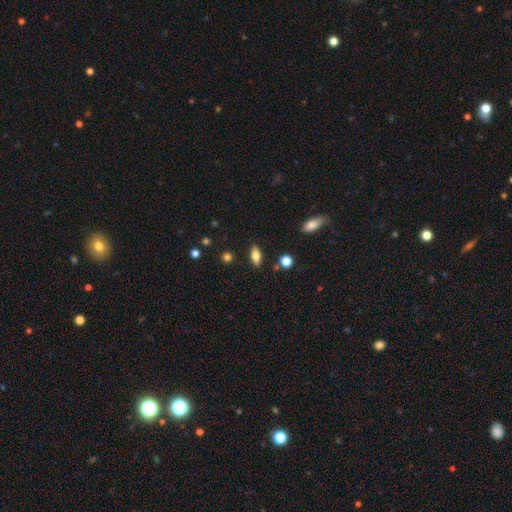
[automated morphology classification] Smooth or featured? Predicted: smooth (p=0.74). How rounded? Predicted: in between (p=0.81). Merging? Predicted: none (p=0.85).